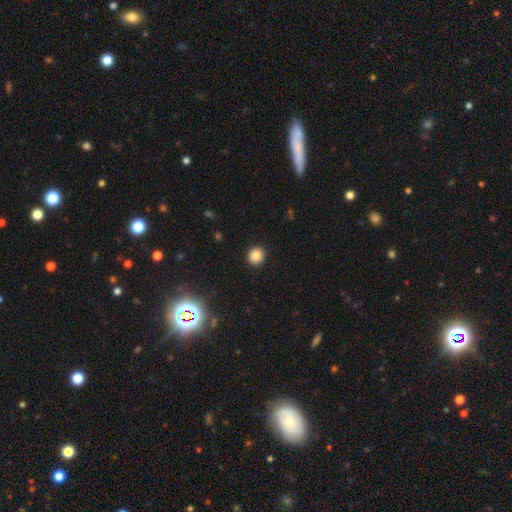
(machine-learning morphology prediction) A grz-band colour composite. It shows a smooth galaxy with no disk features (85%) that is round (88%). Merging: none (91%).